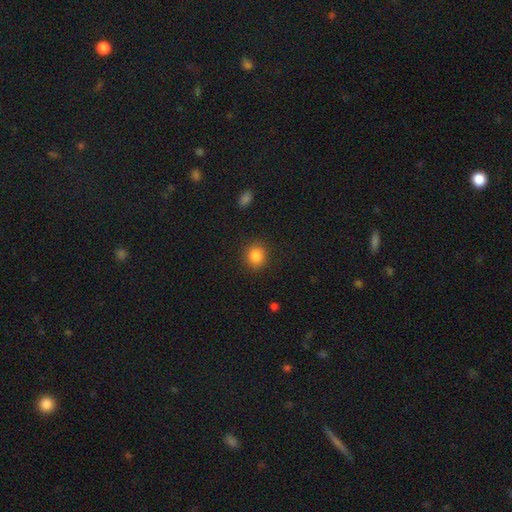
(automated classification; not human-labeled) smooth_or_featured: smooth (p=0.86) [alt: star or artifact p=0.10]
how_rounded: round (p=0.77) [alt: in between p=0.22]
merging: none (p=0.88) [alt: minor disturbance p=0.08]